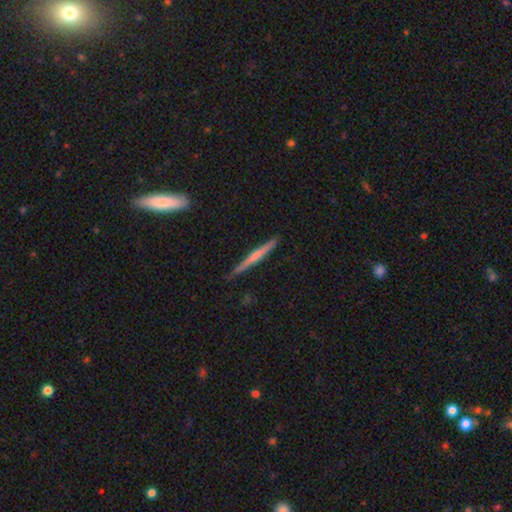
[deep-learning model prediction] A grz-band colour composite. It shows a featured or disk galaxy (52%) viewed edge-on (97%) with no central bulge (51%). Merging: none (86%).